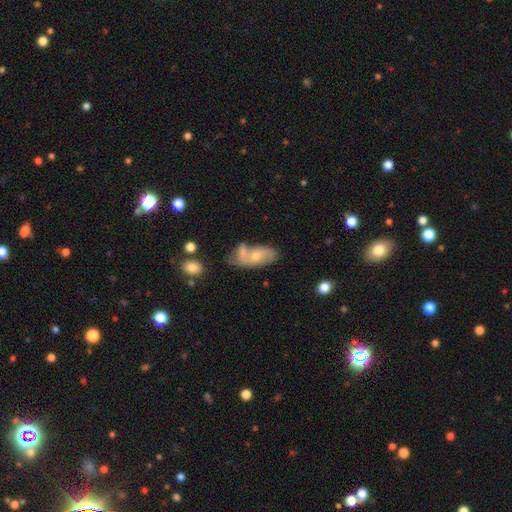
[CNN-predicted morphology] smooth_or_featured: smooth (p=0.46) [alt: featured or disk p=0.44]
merging: none (p=0.39) [alt: merger p=0.35]